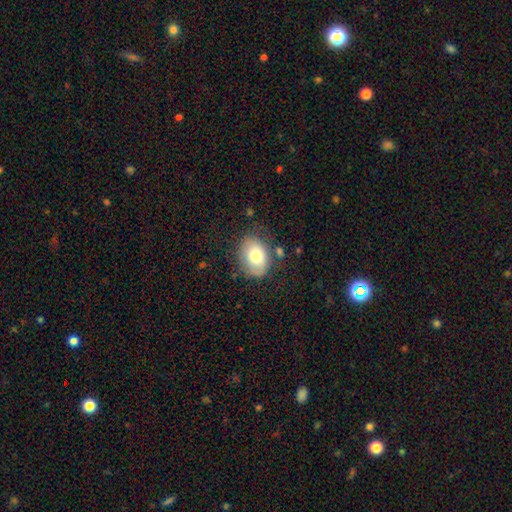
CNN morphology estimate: Overall: smooth (75%). How rounded: in between (70%). Merging: none (71%).